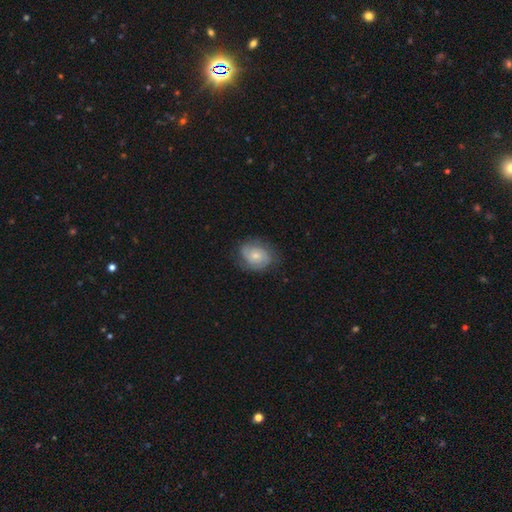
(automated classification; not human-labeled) The model was most divided on "spiral winding": tight: 53%, medium: 36%, loose: 11%. More confident: edge-on disk — no (98%); spiral arms — yes (91%); merging — none (74%); bar — no (72%); smooth or featured — featured or disk (67%); spiral arm count — 2 (58%); bulge size — small (56%).